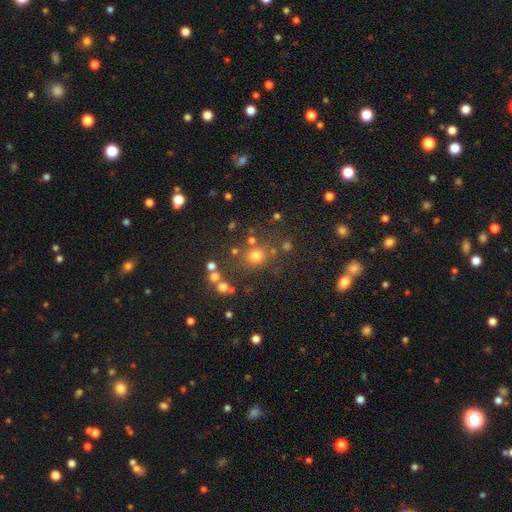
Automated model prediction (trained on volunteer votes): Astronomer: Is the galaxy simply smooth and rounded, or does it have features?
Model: smooth — 67%.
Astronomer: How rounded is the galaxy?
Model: round — 79%.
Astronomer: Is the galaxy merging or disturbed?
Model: none — 74%.